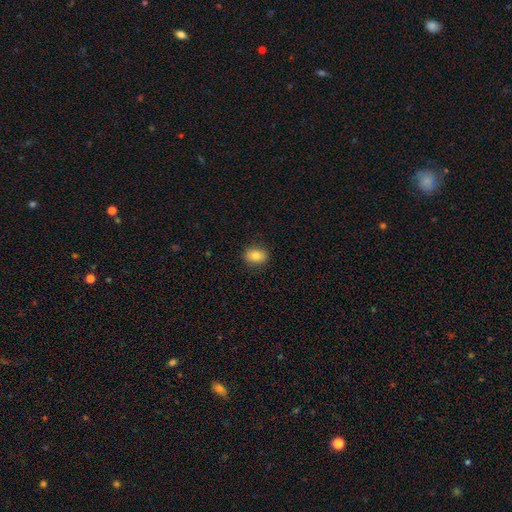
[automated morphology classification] Q: Smooth or featured?
A: smooth (81%); runner-up: featured or disk (9%)
Q: How rounded?
A: in between (65%); runner-up: round (34%)
Q: Merging?
A: none (88%); runner-up: minor disturbance (9%)